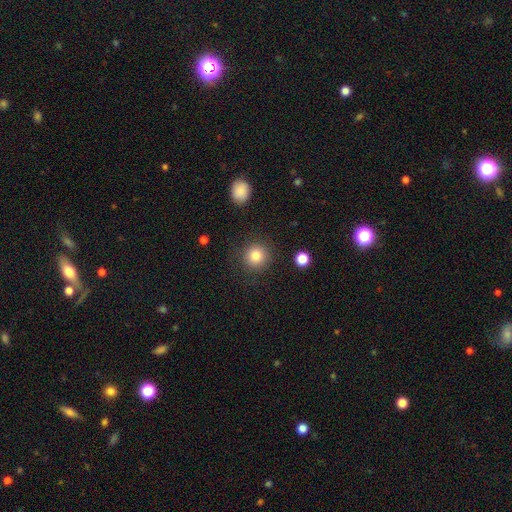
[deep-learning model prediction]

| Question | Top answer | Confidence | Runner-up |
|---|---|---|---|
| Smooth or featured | smooth | 83% | star or artifact (10%) |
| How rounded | round | 93% | in between (6%) |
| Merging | none | 87% | minor disturbance (8%) |